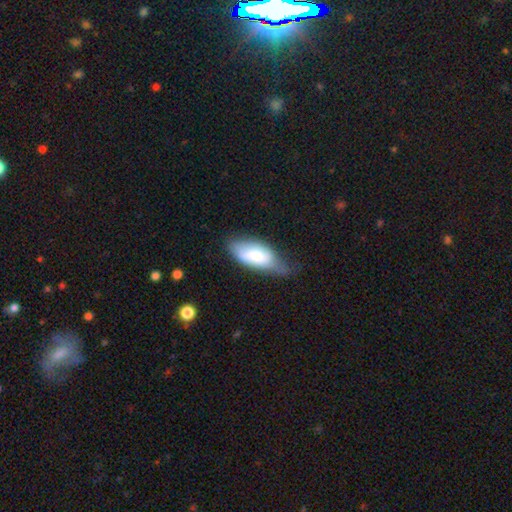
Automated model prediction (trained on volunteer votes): smooth_or_featured: smooth (p=0.69) [alt: featured or disk p=0.25]
how_rounded: in between (p=0.89) [alt: cigar-shaped p=0.09]
merging: minor disturbance (p=0.44) [alt: none p=0.36]